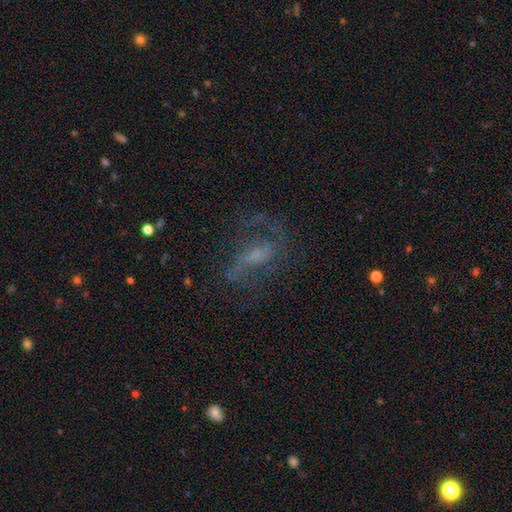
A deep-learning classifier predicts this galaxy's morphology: This appears to be a featured or disk galaxy (72%) with a weak bar (44%), 2 (71%) medium (43%, tied with loose) spiral arms (84%) and a small central bulge (48%). Merging: none (58%).